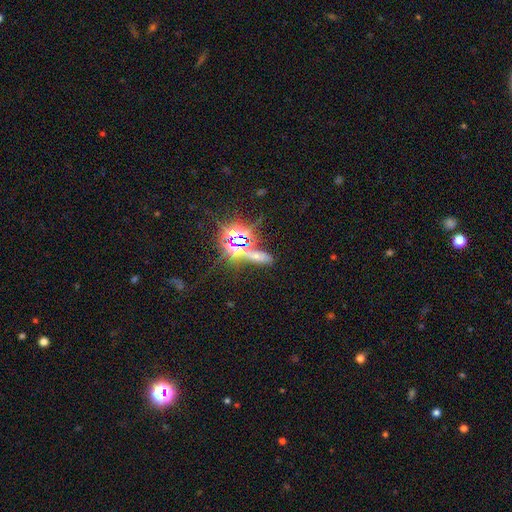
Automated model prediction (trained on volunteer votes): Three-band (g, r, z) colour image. It shows a star or artifact, not a galaxy (57%).